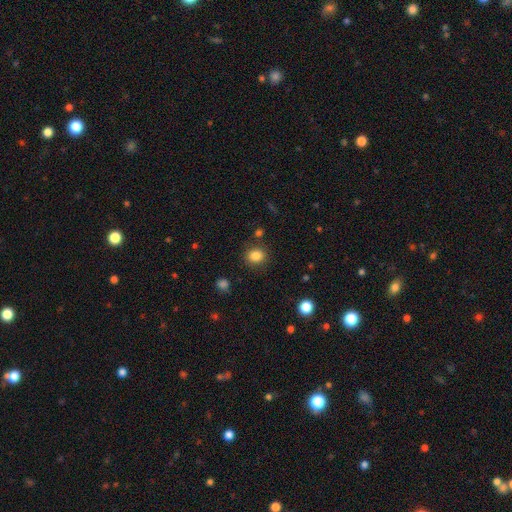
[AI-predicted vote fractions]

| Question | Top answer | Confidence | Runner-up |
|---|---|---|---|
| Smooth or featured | smooth | 84% | star or artifact (11%) |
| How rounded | round | 70% | in between (29%) |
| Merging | none | 85% | minor disturbance (9%) |